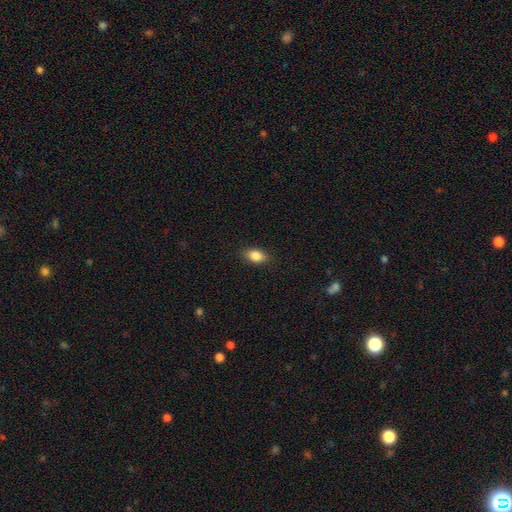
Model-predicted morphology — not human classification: Smooth or featured: smooth — 85% (star or artifact — 8%)
How rounded: in between — 84% (round — 12%)
Merging: none — 86% (minor disturbance — 10%)